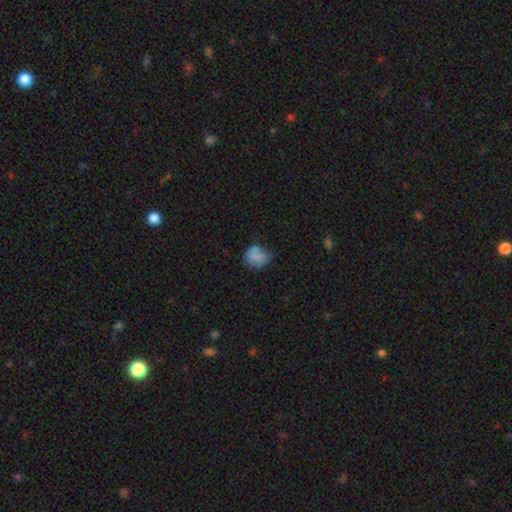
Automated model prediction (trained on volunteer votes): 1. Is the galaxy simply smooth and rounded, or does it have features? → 73% smooth, 17% featured or disk, 10% star or artifact.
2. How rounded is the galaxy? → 63% round, 36% in between, 1% cigar-shaped.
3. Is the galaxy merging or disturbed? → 50% none, 34% minor disturbance, 12% major disturbance, 4% merger.